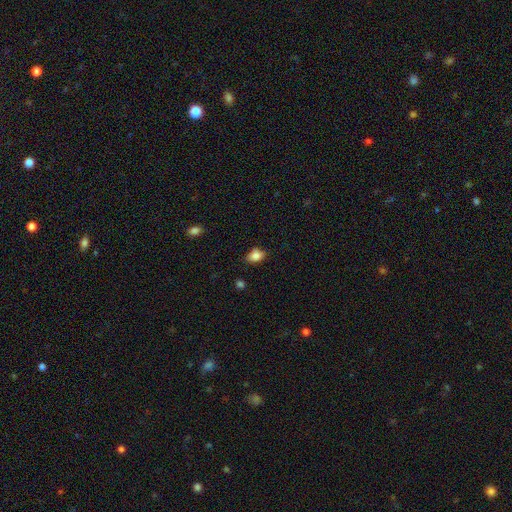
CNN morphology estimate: Q: Smooth or featured?
A: smooth (82%); runner-up: star or artifact (10%)
Q: How rounded?
A: in between (73%); runner-up: round (25%)
Q: Merging?
A: none (72%); runner-up: minor disturbance (21%)